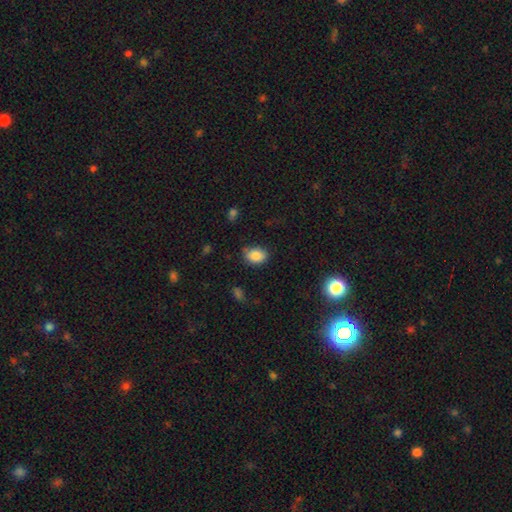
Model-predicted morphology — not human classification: Overall: smooth (85%). How rounded: in between (70%). Merging: none (76%).